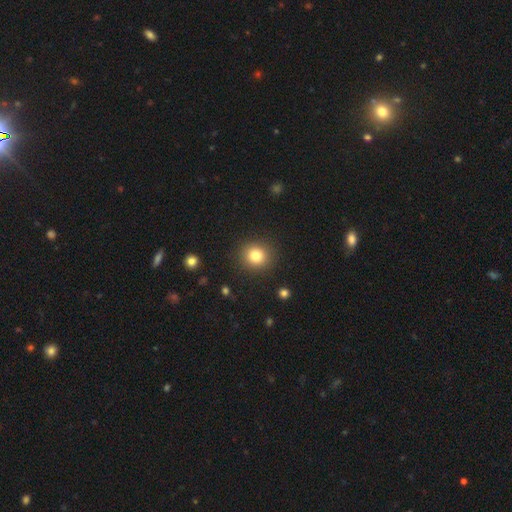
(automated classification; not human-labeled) A smooth galaxy with no disk features (82%) that is round (86%).

Vote fractions:
- Smooth or featured? smooth: 82% / star or artifact: 11% / featured or disk: 7%
- How rounded? round: 86% / in between: 14% / cigar-shaped: 1%
- Merging? none: 89% / minor disturbance: 7% / major disturbance: 3% / merger: 1%